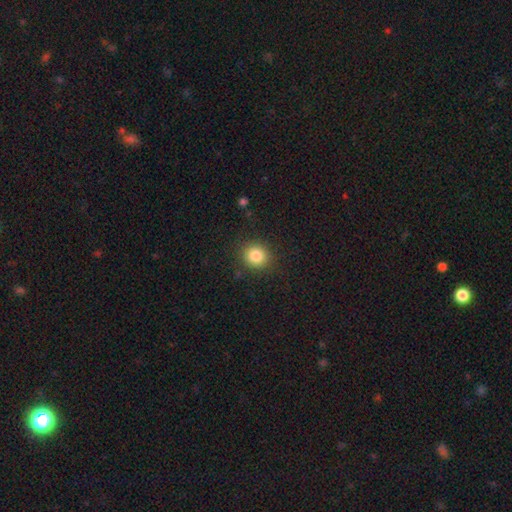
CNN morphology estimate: This is clearly a smooth galaxy (84%). How rounded: clearly round (84%). Merging: clearly none (88%).